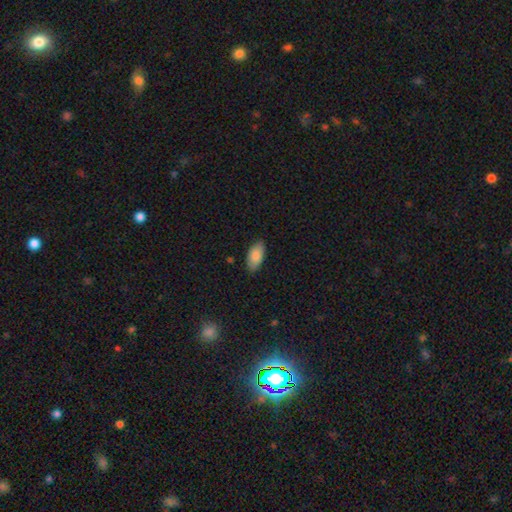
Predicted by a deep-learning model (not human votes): A smooth galaxy with no disk features (86%) that is in between round and cigar-shaped (94%). Merging: none (83%).